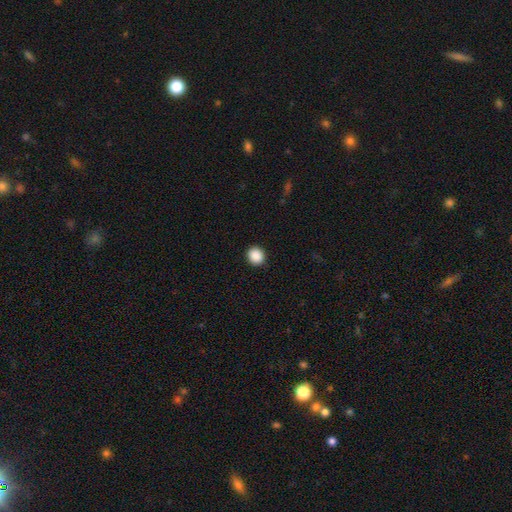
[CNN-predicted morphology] This appears to be a smooth galaxy with no disk features (89%) that is round (85%). Merging: none (92%).